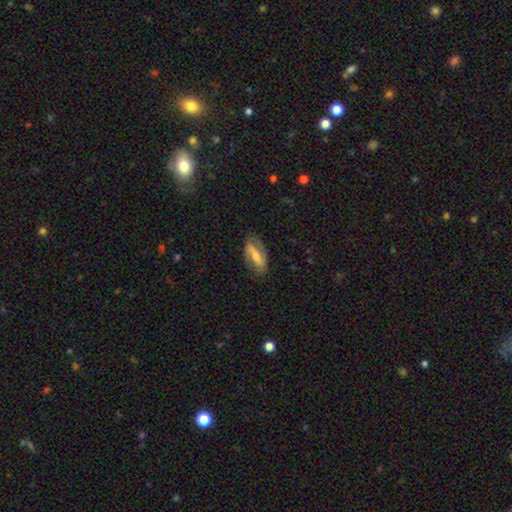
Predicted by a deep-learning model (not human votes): Morphology: type=featured or disk (66%); edge-on=no (87%); bar=strong (55%); spiral arms=yes (76%); bulge=moderate (49%); merging=none (80%).